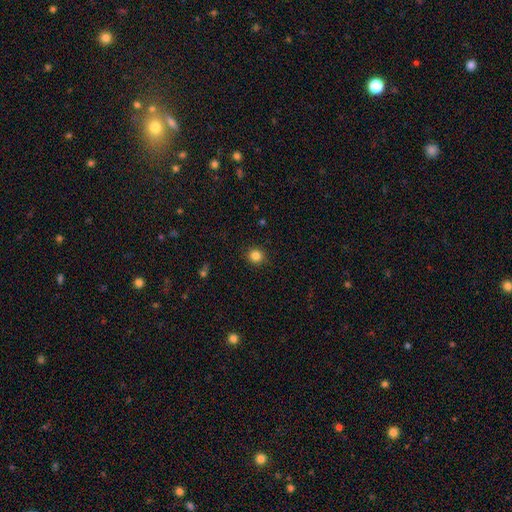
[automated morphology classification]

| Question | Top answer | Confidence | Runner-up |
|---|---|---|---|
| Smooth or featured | smooth | 84% | star or artifact (12%) |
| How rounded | round | 93% | in between (6%) |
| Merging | none | 92% | minor disturbance (6%) |